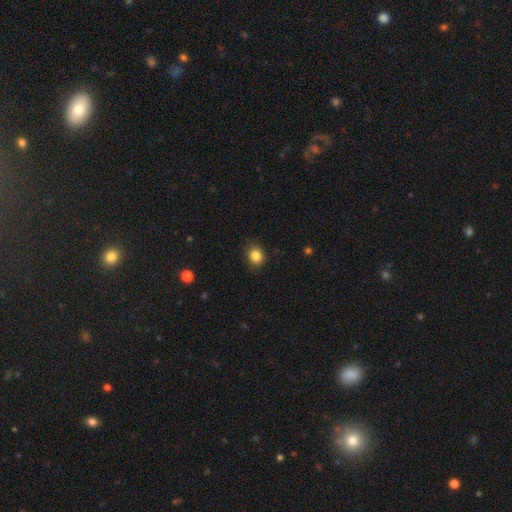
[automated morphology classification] This appears to be a smooth galaxy with no disk features (85%) that is round (68%). Merging: none (85%).